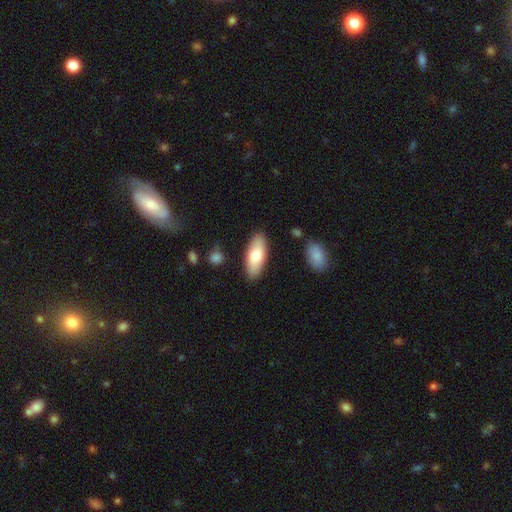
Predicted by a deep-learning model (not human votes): smooth 75%, featured or disk 19%, star or artifact 6%. Down the decision tree: how rounded — in between (81%); merging — none (86%).